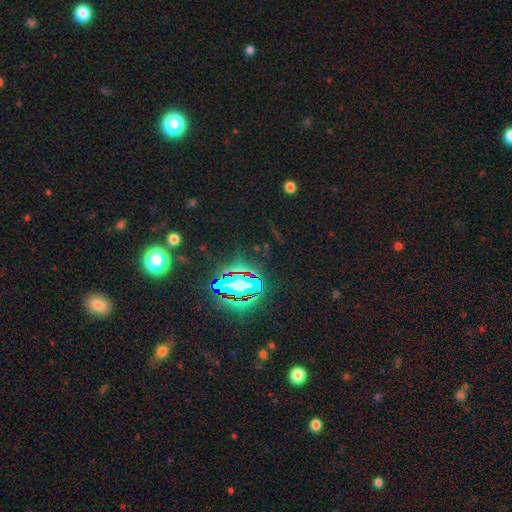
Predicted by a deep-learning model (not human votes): The model was most divided on "smooth or featured": star or artifact: 82%, smooth: 10%, featured or disk: 7%.